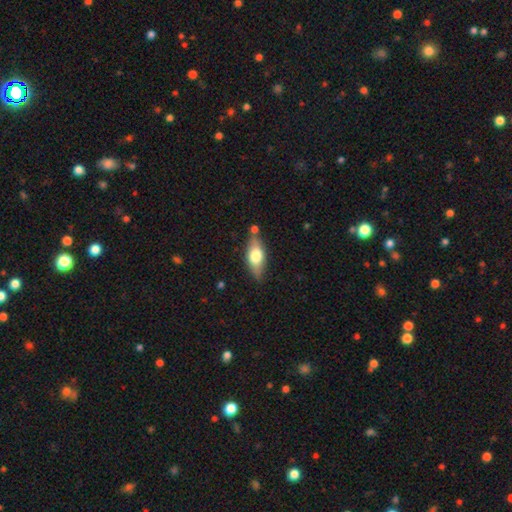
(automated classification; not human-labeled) Overall: smooth (58%; featured or disk 36%). How rounded: in between (73%). Merging: none (75%).